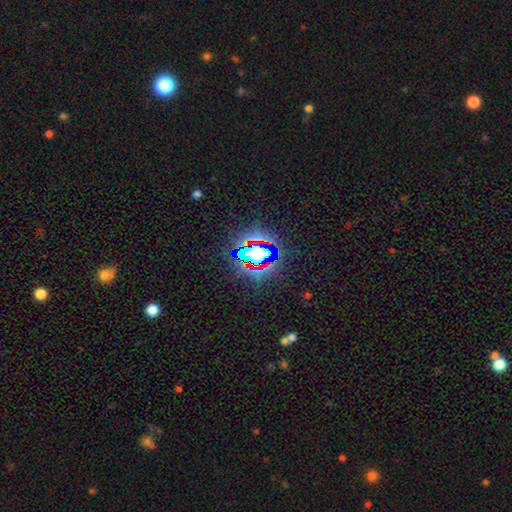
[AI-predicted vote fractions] smooth_or_featured: star or artifact (p=0.68) [alt: smooth p=0.19]